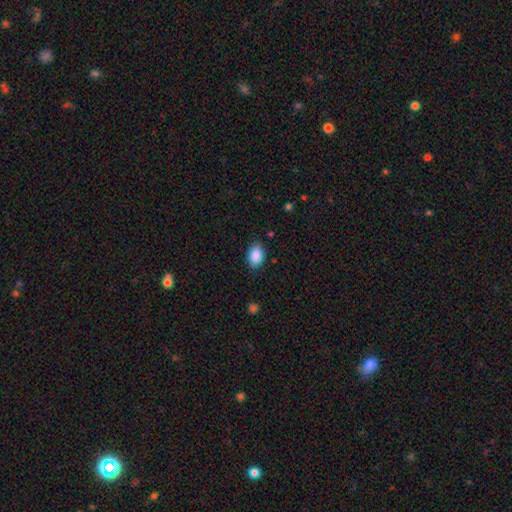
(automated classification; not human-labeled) Smooth or featured? Predicted: smooth (p=0.88). How rounded? Predicted: in between (p=0.84). Merging? Predicted: none (p=0.84).